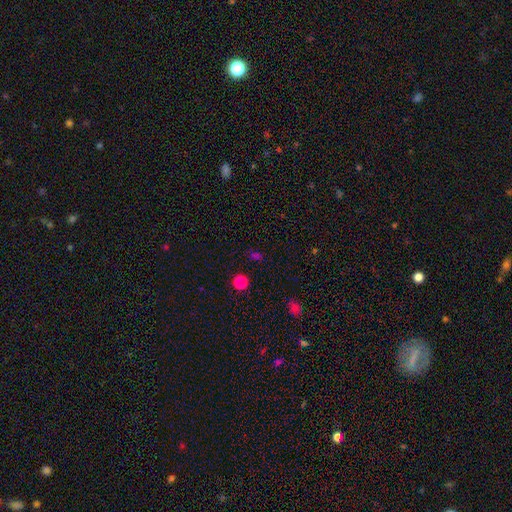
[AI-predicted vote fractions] smooth_or_featured: smooth (p=0.56) [alt: star or artifact p=0.39]
how_rounded: round (p=0.67) [alt: in between p=0.30]
merging: none (p=0.85) [alt: minor disturbance p=0.08]